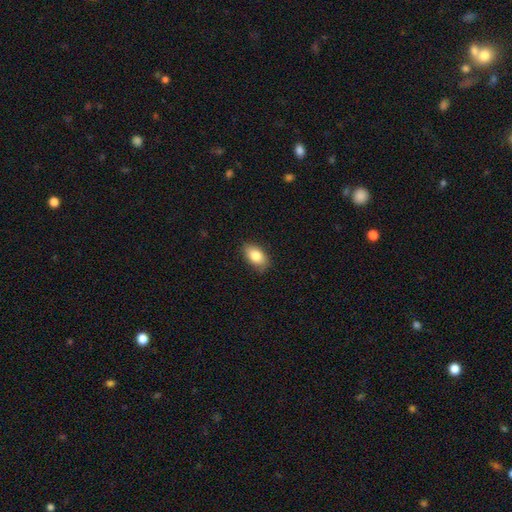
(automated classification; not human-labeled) smooth-or-featured: smooth: 82% | featured or disk: 11% | star or artifact: 7%
  how-rounded: in between: 90% | round: 8% | cigar-shaped: 2%
  merging: none: 83% | minor disturbance: 13% | major disturbance: 2% | merger: 1%